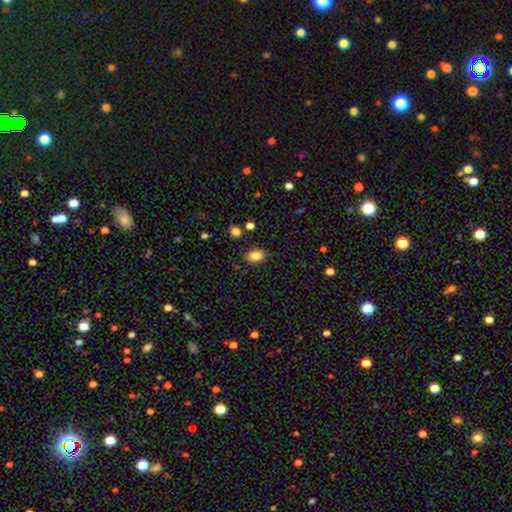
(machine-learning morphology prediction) Smooth or featured? smooth (84%)
How rounded? in between (84%)
Merging? none (85%)